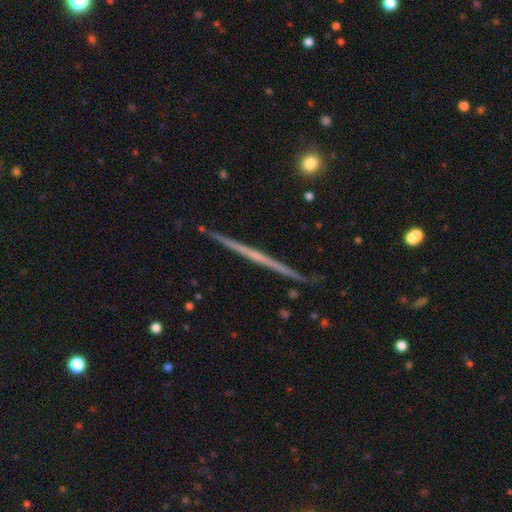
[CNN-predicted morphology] This appears to be a featured or disk galaxy (78%) viewed edge-on (98%) with no central bulge (70%). Merging: none (91%).